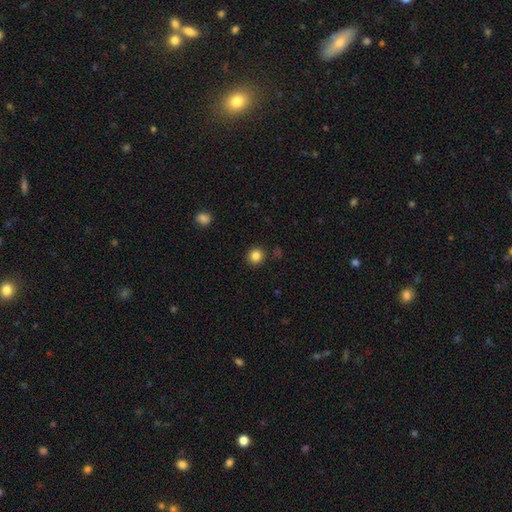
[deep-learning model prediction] Smooth or featured? smooth (85%)
How rounded? round (91%)
Merging? none (90%)